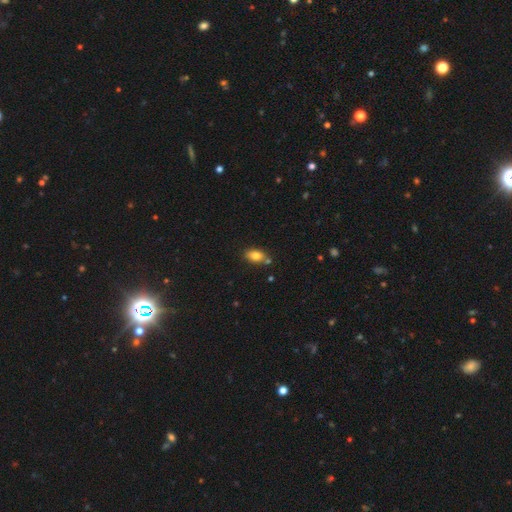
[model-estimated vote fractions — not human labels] A smooth galaxy with no disk features (80%) that is in between round and cigar-shaped (87%). Merging: none (69%).